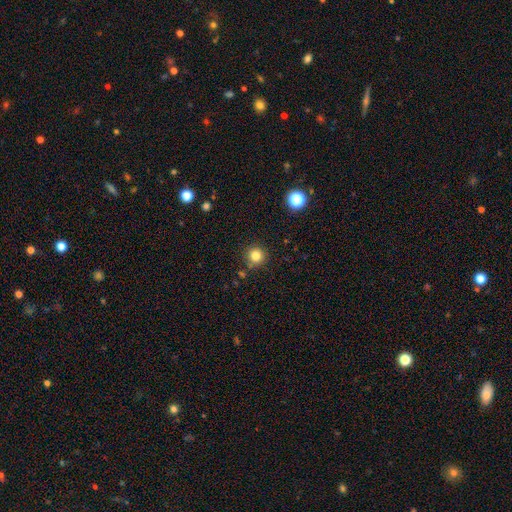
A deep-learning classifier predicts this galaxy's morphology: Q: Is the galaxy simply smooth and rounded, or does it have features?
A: smooth — 81%.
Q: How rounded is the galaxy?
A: round — 94%.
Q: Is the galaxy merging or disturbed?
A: none — 83%.